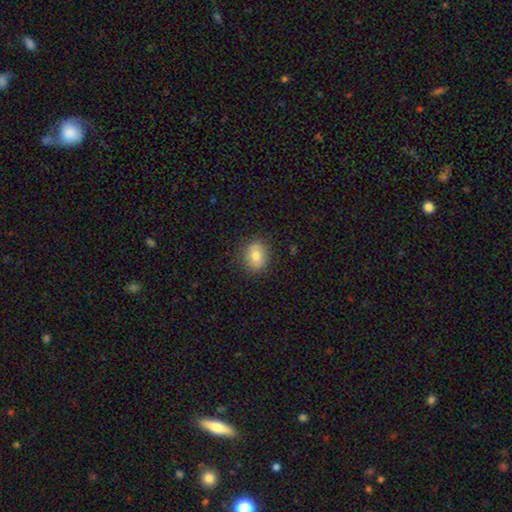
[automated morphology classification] A smooth galaxy with no disk features (78%) that is round (58%).

Vote fractions:
- Smooth or featured? smooth: 78% / featured or disk: 13% / star or artifact: 9%
- How rounded? round: 58% / in between: 41% / cigar-shaped: 1%
- Merging? none: 87% / minor disturbance: 10% / major disturbance: 2% / merger: 1%